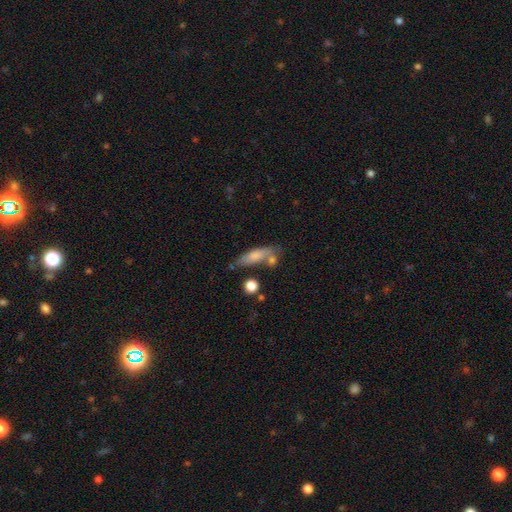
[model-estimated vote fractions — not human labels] Overall: smooth (72%). How rounded: cigar-shaped (57%; in between 40%). Merging: none (56%; minor disturbance 20%).